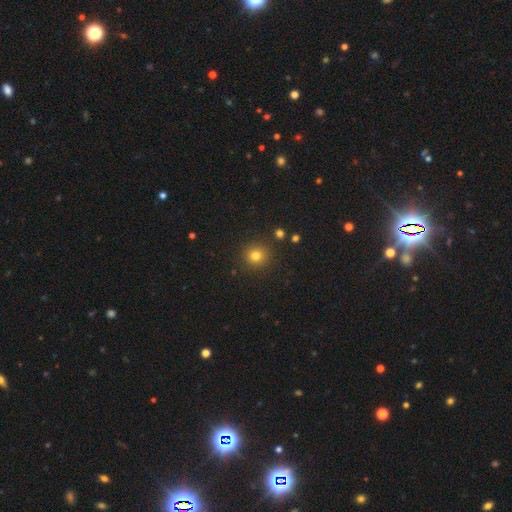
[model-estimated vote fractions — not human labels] Smooth or featured? smooth (79%)
How rounded? round (93%)
Merging? none (89%)